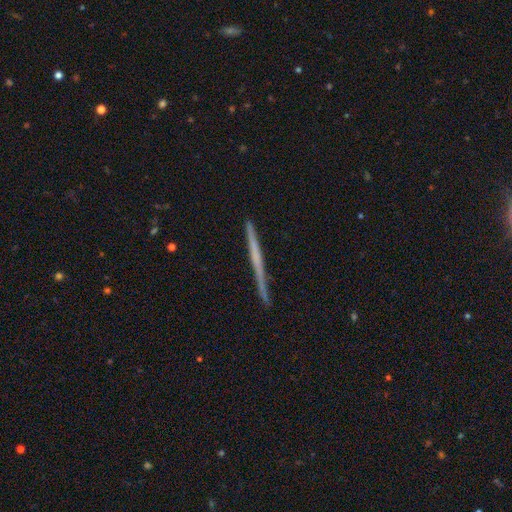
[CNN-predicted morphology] Overall: featured or disk (60%; smooth 34%). Edge-on disk: yes (98%). Edge-on bulge: none (85%). Merging: none (89%).